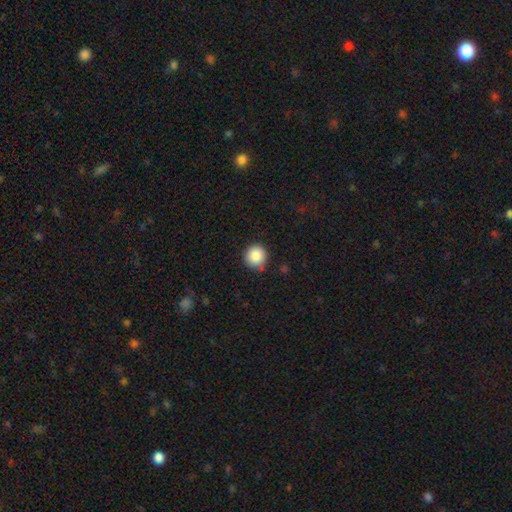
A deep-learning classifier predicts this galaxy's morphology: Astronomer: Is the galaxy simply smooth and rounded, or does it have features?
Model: smooth — 87%.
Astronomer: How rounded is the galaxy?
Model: round — 94%.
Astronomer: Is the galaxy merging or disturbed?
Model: none — 87%.